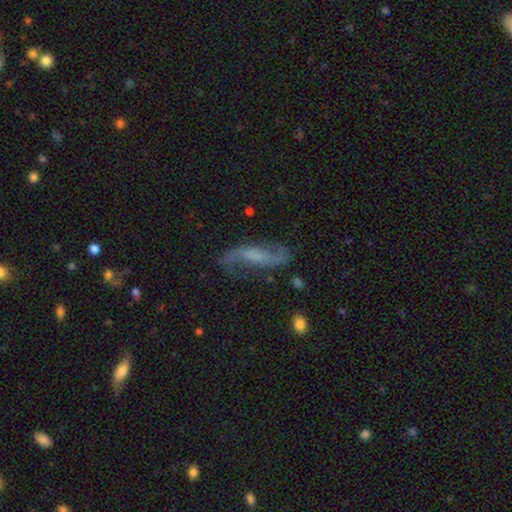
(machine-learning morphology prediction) smooth_or_featured: featured or disk (p=0.80) [alt: smooth p=0.12]
disk_edge_on: no (p=0.89) [alt: yes p=0.11]
bar: weak (p=0.40) [alt: no p=0.36]
has_spiral_arms: yes (p=0.95) [alt: no p=0.05]
spiral_winding: loose (p=0.76) [alt: medium p=0.19]
spiral_arm_count: 2 (p=0.92) [alt: can't tell p=0.03]
bulge_size: none (p=0.43) [alt: small p=0.28]
merging: none (p=0.73) [alt: minor disturbance p=0.17]